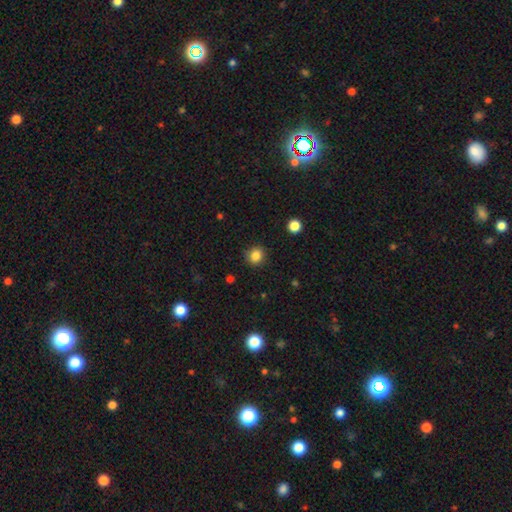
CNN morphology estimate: A smooth galaxy with no disk features (83%) that is round (86%).

Vote fractions:
- Smooth or featured? smooth: 83% / star or artifact: 11% / featured or disk: 5%
- How rounded? round: 86% / in between: 13% / cigar-shaped: 1%
- Merging? none: 89% / minor disturbance: 8% / major disturbance: 2% / merger: 1%